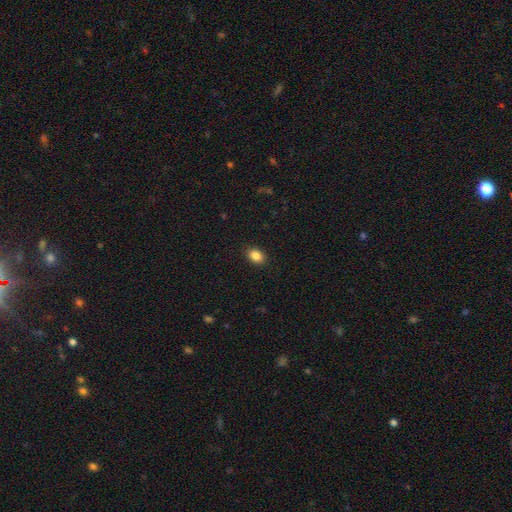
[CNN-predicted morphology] This appears to be a smooth galaxy with no disk features (87%) that is in between round and cigar-shaped (75%). Merging: none (90%).